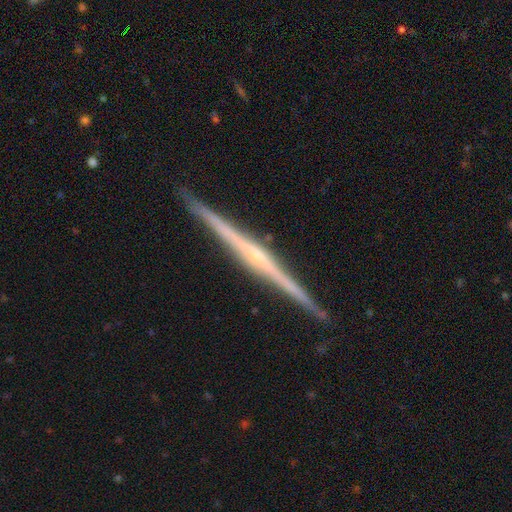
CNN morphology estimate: A featured or disk galaxy (86%) viewed edge-on (99%) with a rounded central bulge (54%).

Vote fractions:
- Smooth or featured? featured or disk: 86% / smooth: 10% / star or artifact: 5%
- Edge-on disk? yes: 99% / no: 1%
- Edge-on bulge? rounded: 54% / none: 34% / boxy: 12%
- Merging? none: 92% / minor disturbance: 6% / major disturbance: 1% / merger: 1%